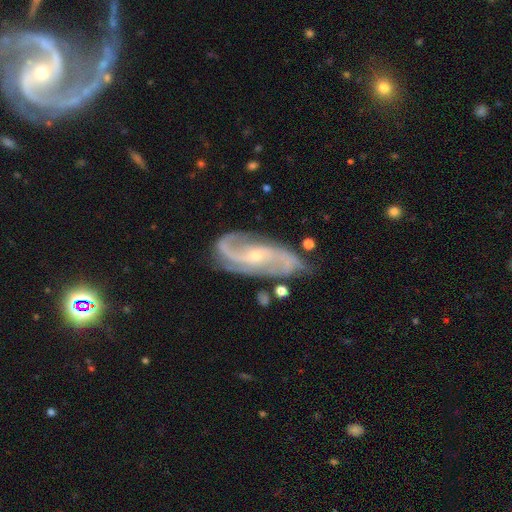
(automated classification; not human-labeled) featured or disk 89%, star or artifact 5%, smooth 5%. Down the decision tree: edge-on disk — no (95%); bar — no (54%); spiral arms — yes (97%); spiral arm count — 2 (70%); spiral winding — medium (48%); bulge size — small (79%); merging — none (64%).